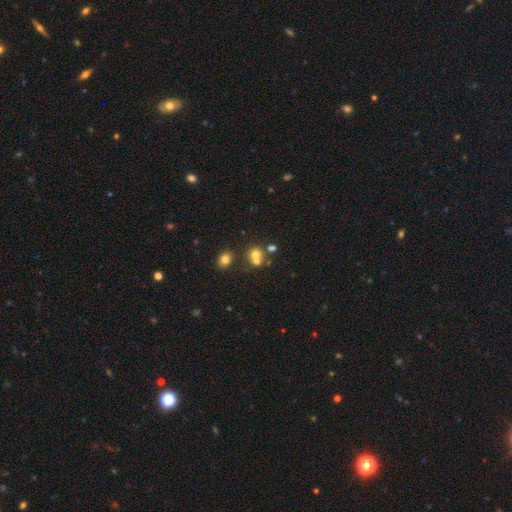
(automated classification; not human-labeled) Overall: smooth (65%). How rounded: round (78%). Merging: none (44%, tied with merger).